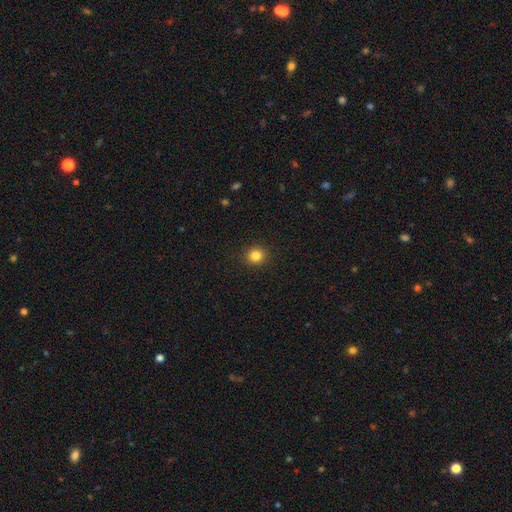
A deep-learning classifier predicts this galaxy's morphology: Smooth or featured? Predicted: smooth (p=0.84). How rounded? Predicted: round (p=0.91). Merging? Predicted: none (p=0.92).